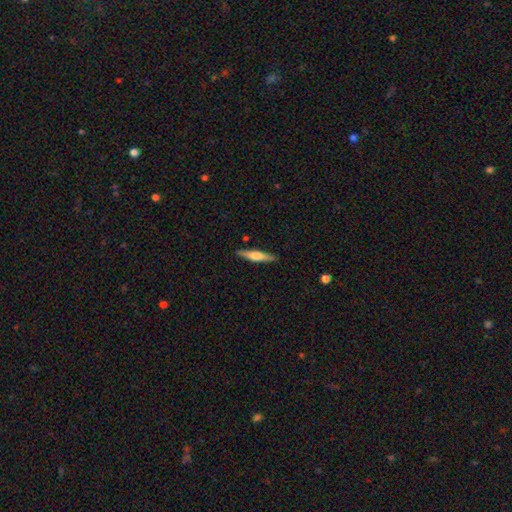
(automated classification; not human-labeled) The model was most divided on "smooth or featured": smooth: 48%, featured or disk: 46%, star or artifact: 5%. More confident: merging — none (89%).